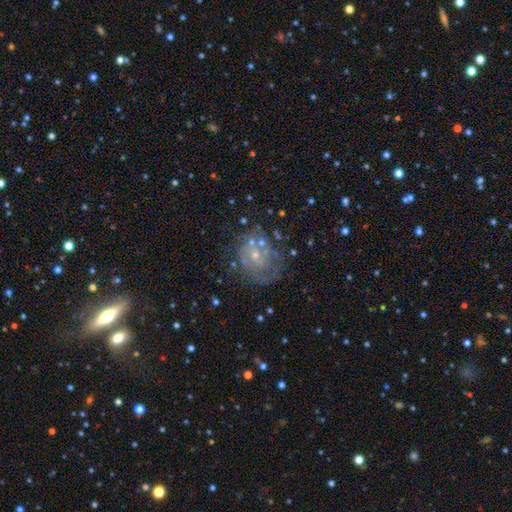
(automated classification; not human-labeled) Smooth or featured? Predicted: featured or disk (p=0.73). Edge-on disk? Predicted: no (p=0.98). Bar? Predicted: no (p=0.73). Spiral arms? Predicted: yes (p=0.77). Spiral winding? Predicted: tight (p=0.52). Spiral arm count? Predicted: can't tell (p=0.41). Bulge size? Predicted: small (p=0.68). Merging? Predicted: none (p=0.57).